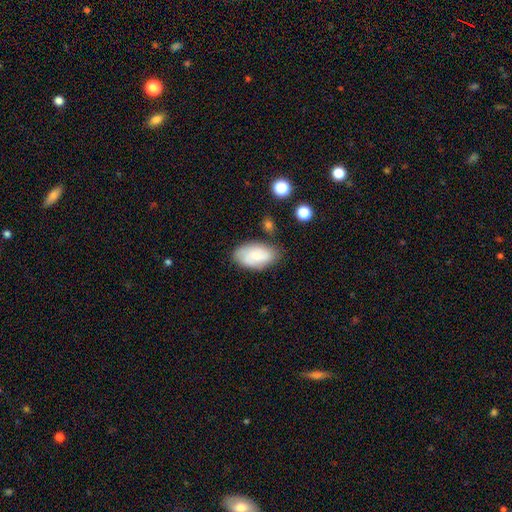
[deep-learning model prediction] This is likely a smooth galaxy (65%). How rounded: clearly in between (92%). Merging: likely none (70%).